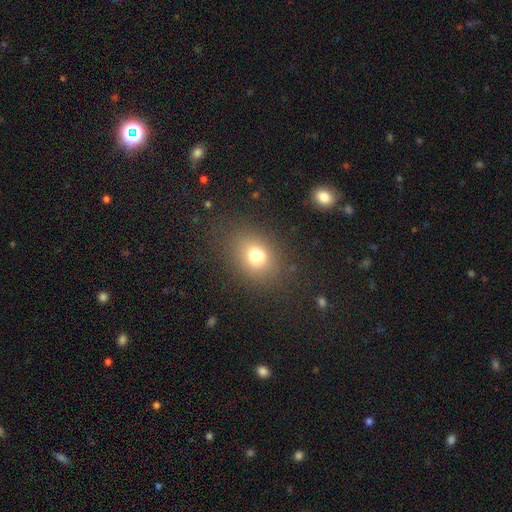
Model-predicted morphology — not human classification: Smooth or featured? Predicted: smooth (p=0.66). How rounded? Predicted: in between (p=0.53). Merging? Predicted: none (p=0.55).